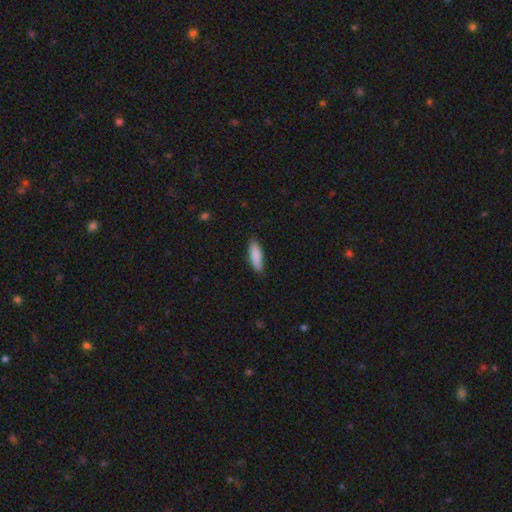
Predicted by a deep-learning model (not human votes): This appears to be a smooth galaxy with no disk features (88%) that is in between round and cigar-shaped (51%). Merging: none (84%).